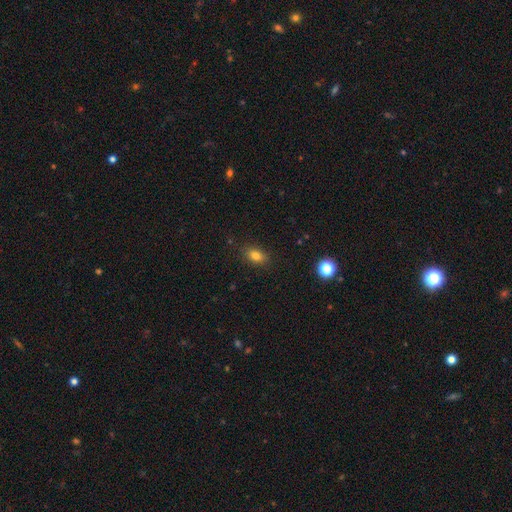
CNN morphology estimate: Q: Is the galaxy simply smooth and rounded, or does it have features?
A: smooth — 80%.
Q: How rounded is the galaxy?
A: in between — 78%.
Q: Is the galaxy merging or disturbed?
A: none — 86%.